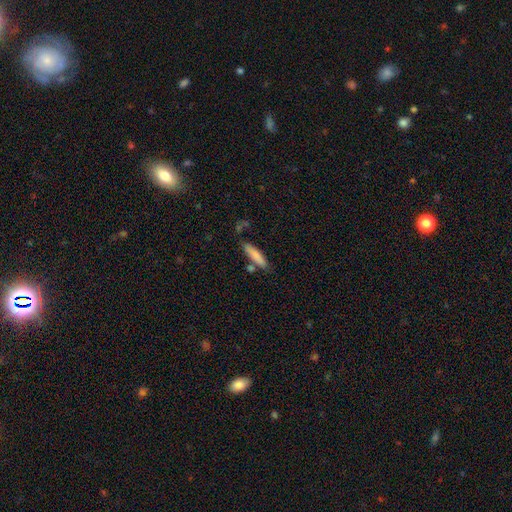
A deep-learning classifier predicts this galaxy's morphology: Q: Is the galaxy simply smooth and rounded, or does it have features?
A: smooth — 83%.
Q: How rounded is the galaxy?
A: cigar-shaped — 80%.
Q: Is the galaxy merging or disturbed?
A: none — 76%.